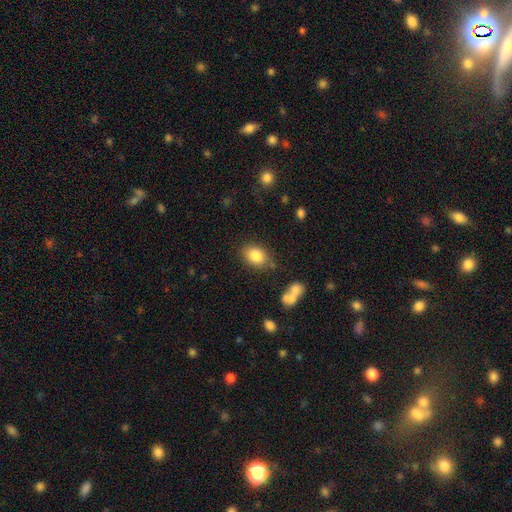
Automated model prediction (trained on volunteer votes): Smooth or featured: smooth — 84% (star or artifact — 9%)
How rounded: in between — 68% (round — 31%)
Merging: none — 77% (minor disturbance — 14%)